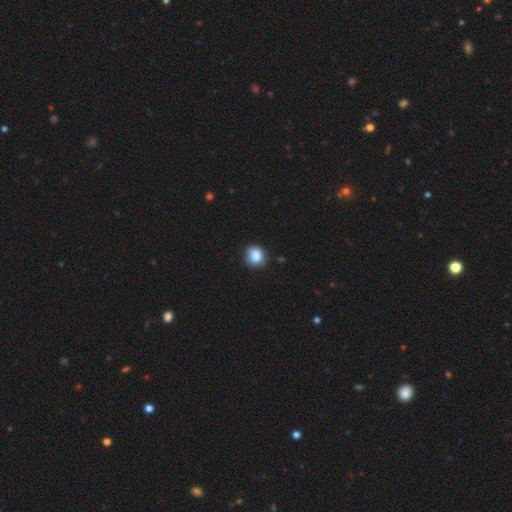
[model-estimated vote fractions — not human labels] smooth-or-featured: smooth: 85% | star or artifact: 9% | featured or disk: 5%
  how-rounded: round: 76% | in between: 23% | cigar-shaped: 1%
  merging: none: 76% | minor disturbance: 18% | major disturbance: 3% | merger: 2%